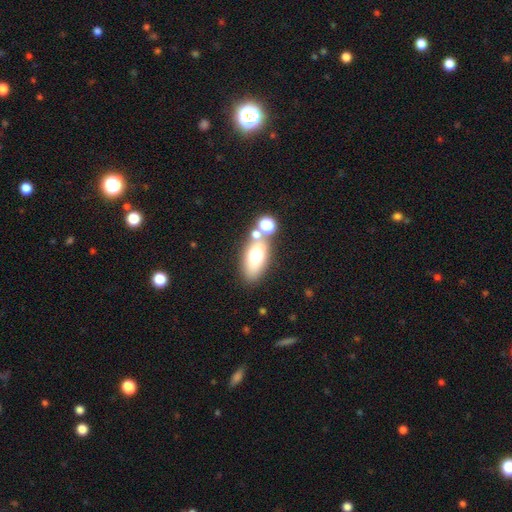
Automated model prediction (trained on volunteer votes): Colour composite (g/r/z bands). It shows a smooth galaxy with no disk features (64%) that is in between round and cigar-shaped (80%). Merging: none (64%).